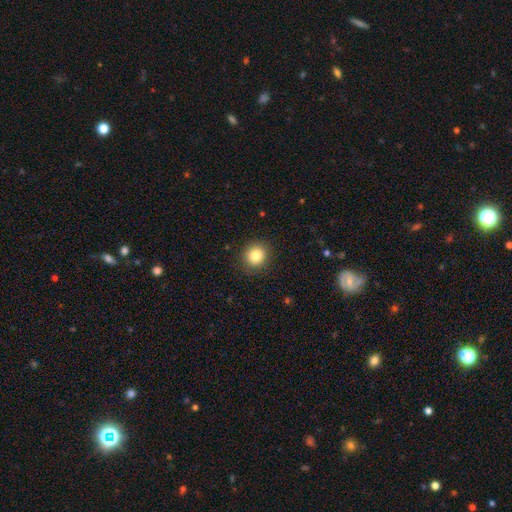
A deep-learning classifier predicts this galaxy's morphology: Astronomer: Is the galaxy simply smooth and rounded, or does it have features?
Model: smooth — 82%.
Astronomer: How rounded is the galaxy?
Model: round — 89%.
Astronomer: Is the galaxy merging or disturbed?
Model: none — 89%.